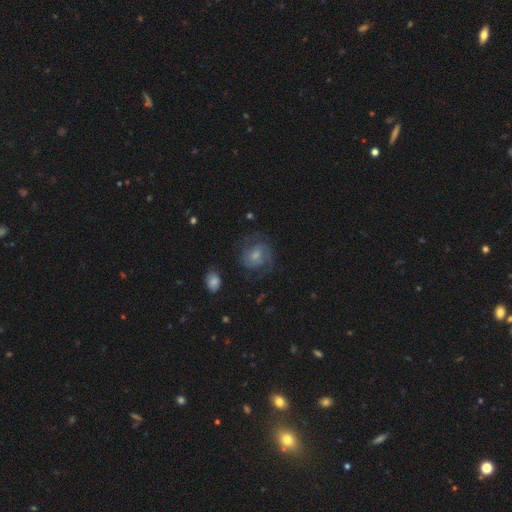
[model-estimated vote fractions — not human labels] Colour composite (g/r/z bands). It shows a featured or disk galaxy (69%) with no bar (49%), 2 (71%) medium (48%) spiral arms (91%) and a moderate central bulge (43%). Merging: none (65%).